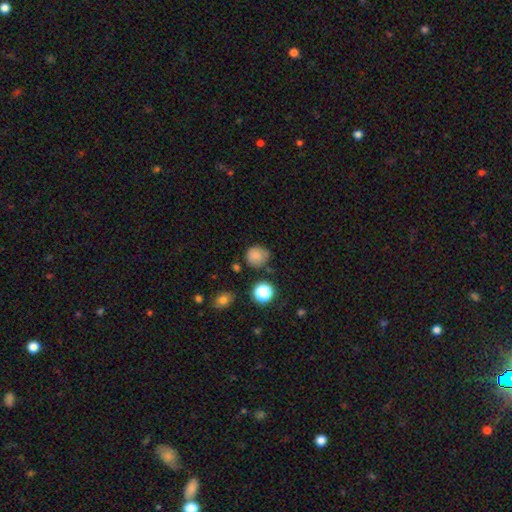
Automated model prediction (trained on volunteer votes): Smooth or featured? smooth (79%)
How rounded? round (86%)
Merging? none (68%)